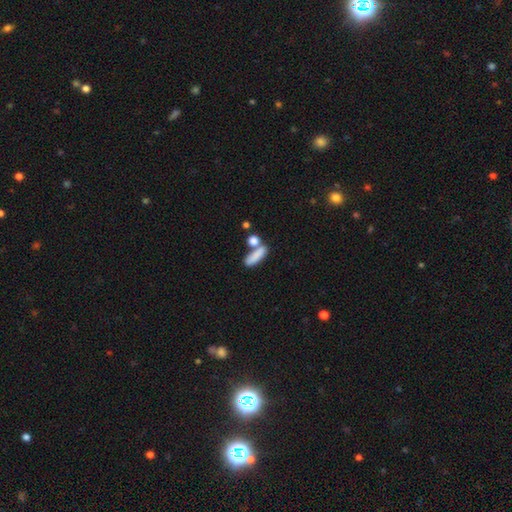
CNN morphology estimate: type=smooth (81%); roundness=in between (48%); merging=none (48%).